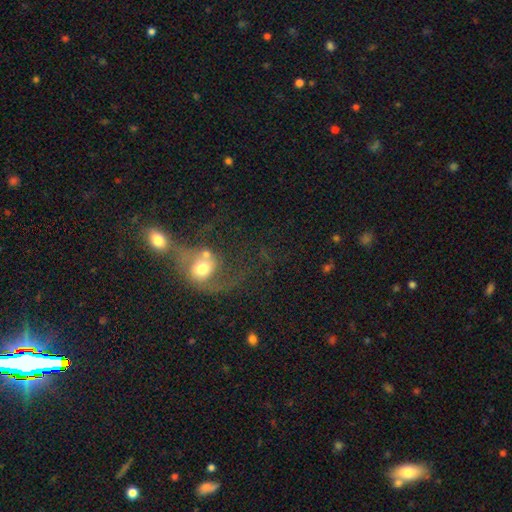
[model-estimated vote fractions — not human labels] Morphology: type=featured or disk (45%); merging=merger (57%).